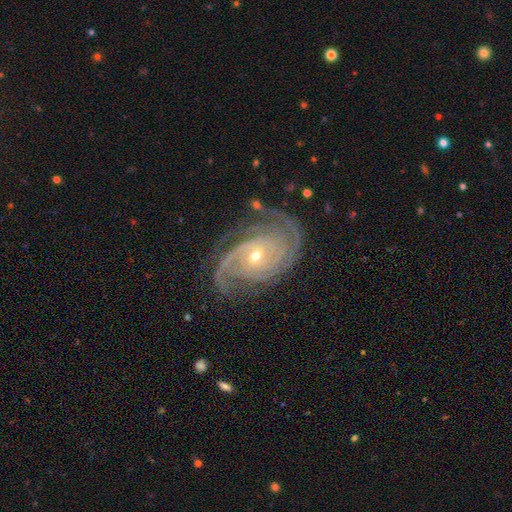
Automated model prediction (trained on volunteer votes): Overall: featured or disk (91%). Edge-on disk: no (97%). Bar: no (70%). Spiral arms: yes (98%). Spiral arm count: 2 (39%; 3 30%). Spiral winding: tight (66%; medium 29%). Bulge size: small (59%; moderate 38%). Merging: none (75%).